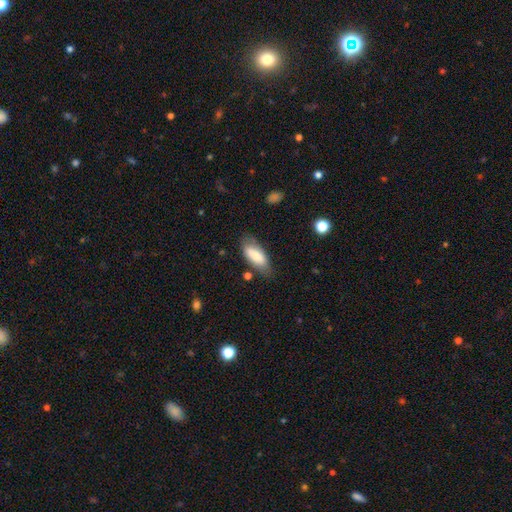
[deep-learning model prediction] Smooth or featured: smooth — 73% (featured or disk — 20%)
How rounded: in between — 83% (cigar-shaped — 15%)
Merging: none — 68% (minor disturbance — 22%)